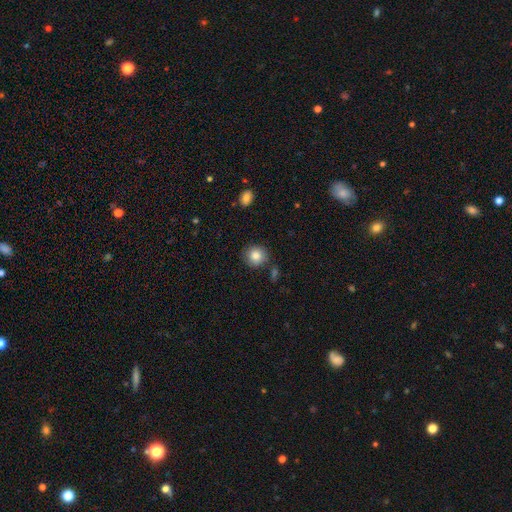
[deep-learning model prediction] Morphology: type=smooth (84%); roundness=round (90%); merging=none (83%).